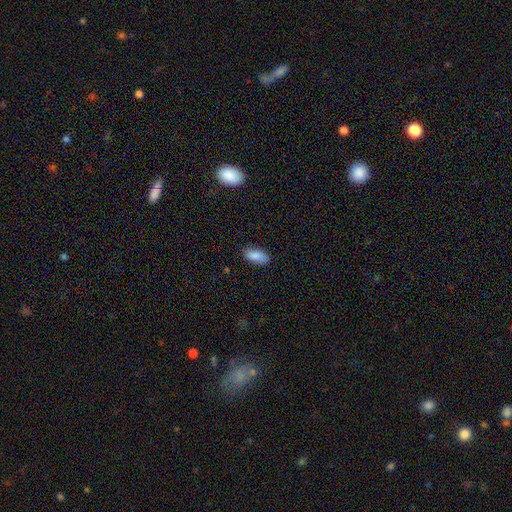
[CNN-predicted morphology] smooth_or_featured: smooth (p=0.86) [alt: star or artifact p=0.07]
how_rounded: in between (p=0.90) [alt: cigar-shaped p=0.07]
merging: none (p=0.83) [alt: minor disturbance p=0.13]